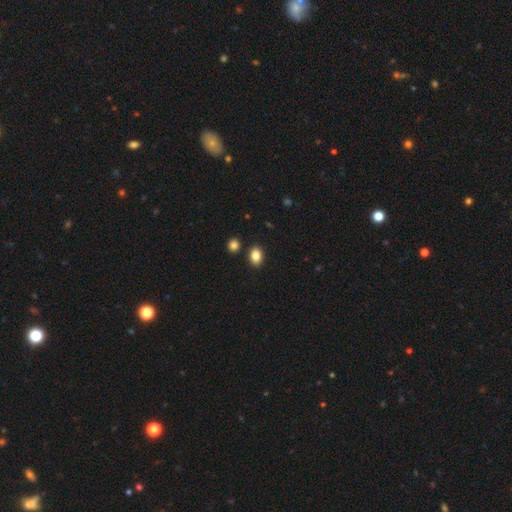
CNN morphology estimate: Smooth or featured? Predicted: smooth (p=0.86). How rounded? Predicted: in between (p=0.73). Merging? Predicted: none (p=0.86).